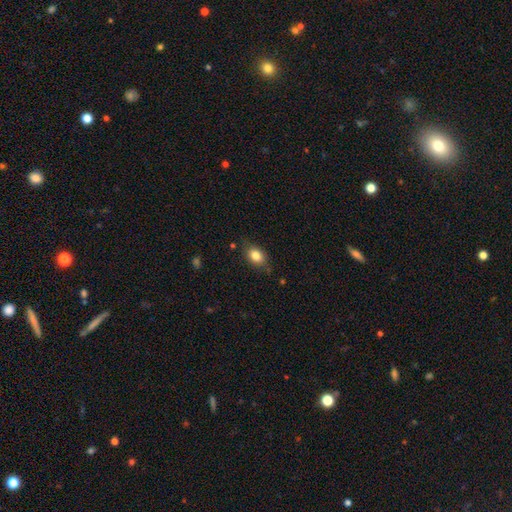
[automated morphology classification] The model was most divided on "how rounded": in between: 80%, round: 19%, cigar-shaped: 2%. More confident: smooth or featured — smooth (83%); merging — none (78%).